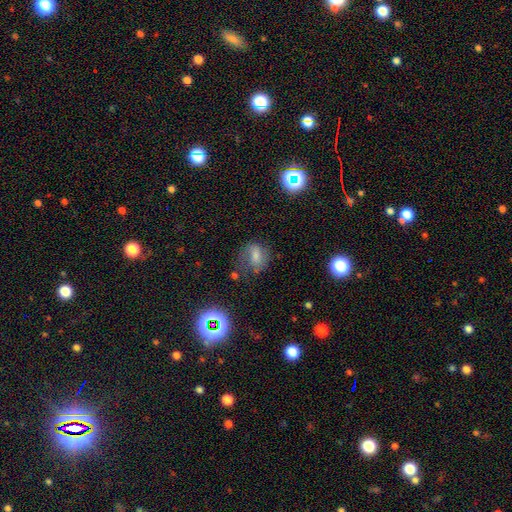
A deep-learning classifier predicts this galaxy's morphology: Smooth or featured? Predicted: smooth (p=0.59). How rounded? Predicted: in between (p=0.63). Merging? Predicted: none (p=0.51).